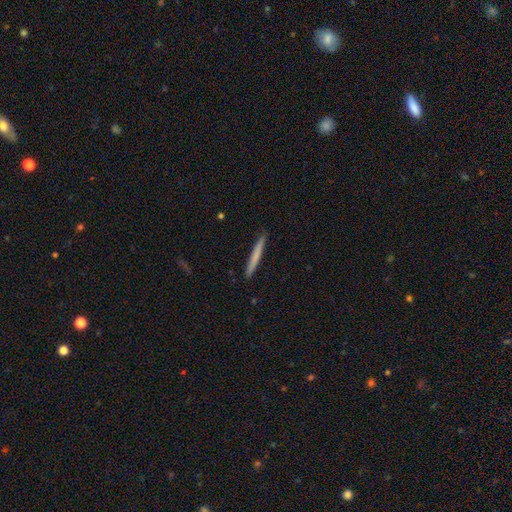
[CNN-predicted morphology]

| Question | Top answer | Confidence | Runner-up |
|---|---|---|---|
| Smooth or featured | smooth | 69% | featured or disk (26%) |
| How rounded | cigar-shaped | 97% | in between (2%) |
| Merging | none | 92% | minor disturbance (6%) |